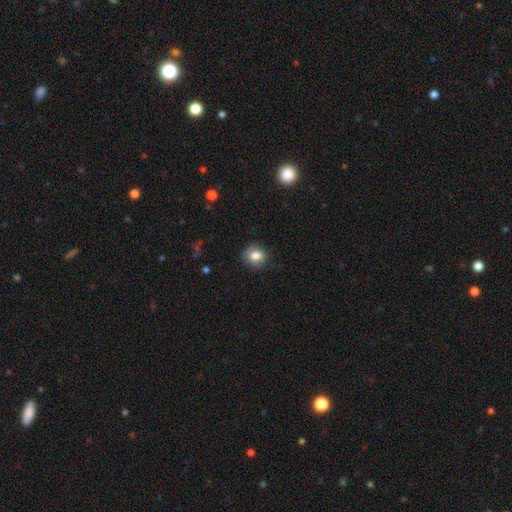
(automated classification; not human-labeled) Overall: smooth (81%). How rounded: round (74%). Merging: none (78%).